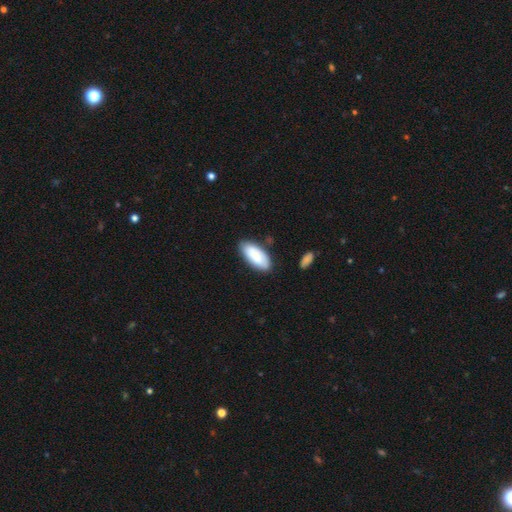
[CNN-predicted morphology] The model was most divided on "merging": none: 78%, minor disturbance: 16%, major disturbance: 3%, merger: 3%. More confident: how rounded — in between (88%); smooth or featured — smooth (79%).